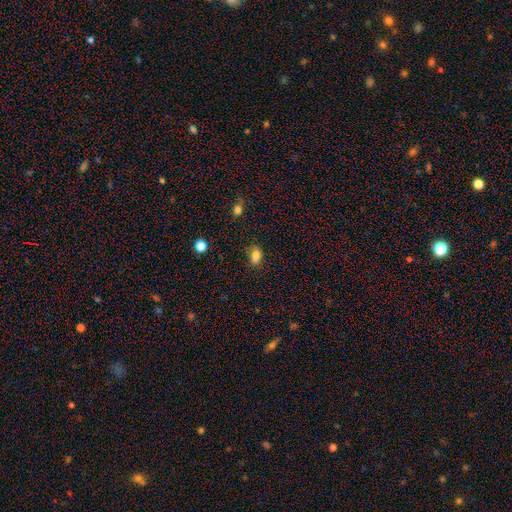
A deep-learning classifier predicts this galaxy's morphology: Smooth or featured? Predicted: smooth (p=0.83). How rounded? Predicted: in between (p=0.84). Merging? Predicted: none (p=0.79).